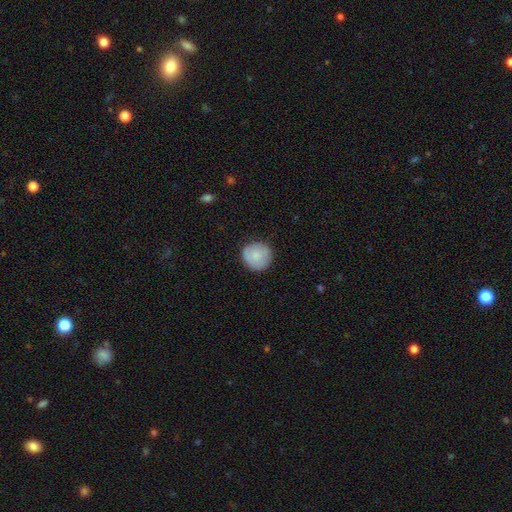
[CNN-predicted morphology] smooth_or_featured: smooth (p=0.82) [alt: featured or disk p=0.12]
how_rounded: round (p=0.94) [alt: in between p=0.05]
merging: none (p=0.85) [alt: minor disturbance p=0.11]